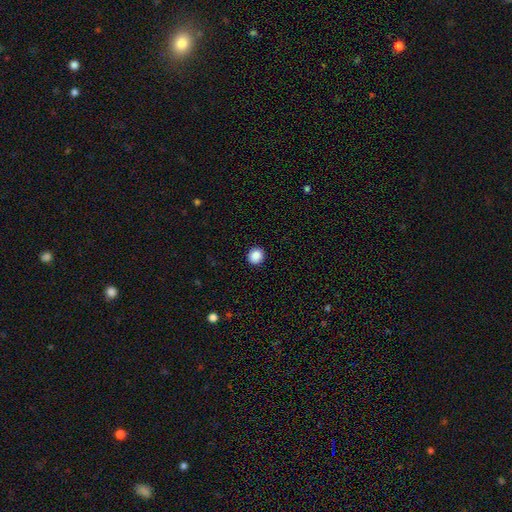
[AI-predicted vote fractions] smooth_or_featured: smooth (p=0.89) [alt: star or artifact p=0.09]
how_rounded: round (p=0.87) [alt: in between p=0.12]
merging: none (p=0.93) [alt: minor disturbance p=0.05]